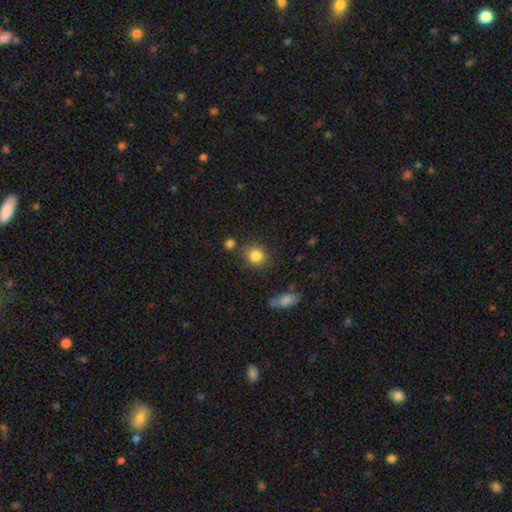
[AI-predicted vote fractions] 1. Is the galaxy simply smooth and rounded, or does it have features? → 84% smooth, 10% star or artifact, 6% featured or disk.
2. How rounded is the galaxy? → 77% round, 22% in between, 1% cigar-shaped.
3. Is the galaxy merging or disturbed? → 78% none, 12% minor disturbance, 6% merger, 4% major disturbance.